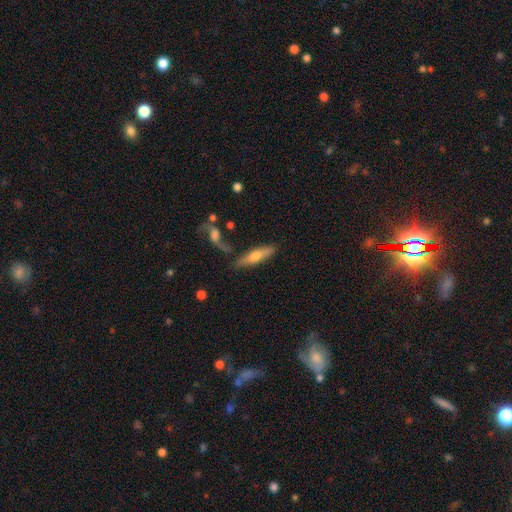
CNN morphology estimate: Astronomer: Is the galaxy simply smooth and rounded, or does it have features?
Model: smooth — 50% (runner-up: featured or disk, 44%).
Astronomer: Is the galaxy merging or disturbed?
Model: none — 73%.